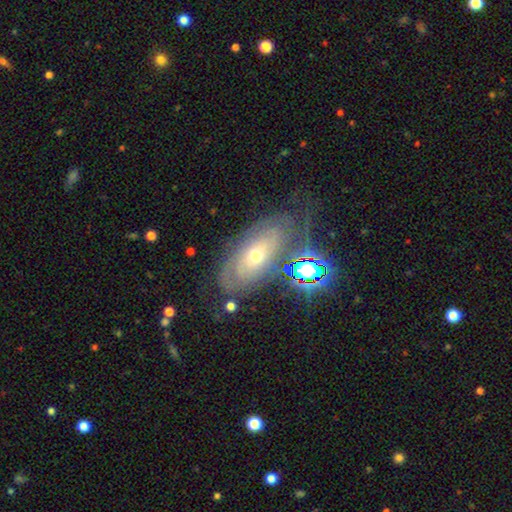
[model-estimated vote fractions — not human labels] A featured or disk galaxy (65%) with no bar (82%), spiral arms (72%) and a moderate central bulge (50%). Merging: none (65%).